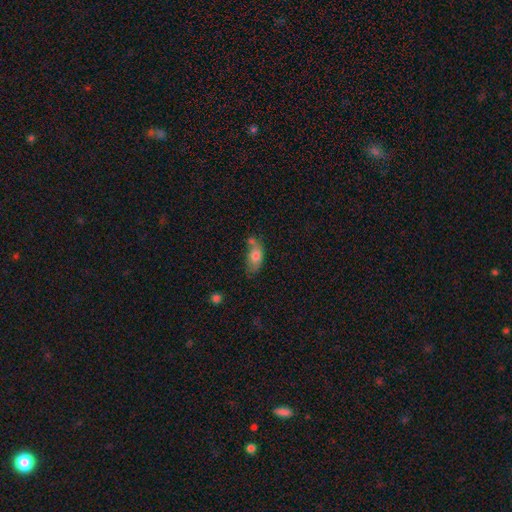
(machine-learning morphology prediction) This is likely a smooth galaxy (74%). How rounded: clearly in between (86%). Merging: marginally none (43%).